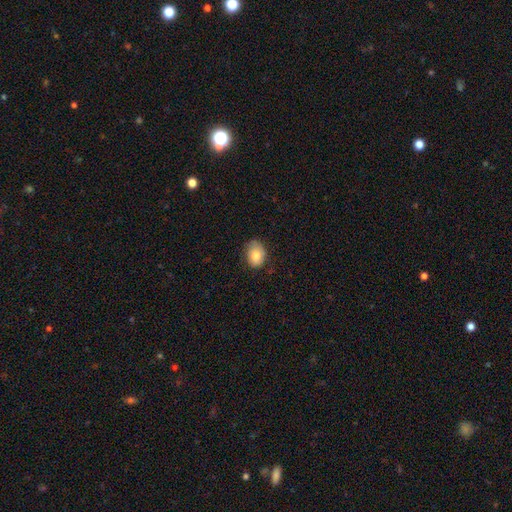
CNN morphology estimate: Smooth or featured? Predicted: smooth (p=0.79). How rounded? Predicted: in between (p=0.64). Merging? Predicted: none (p=0.68).